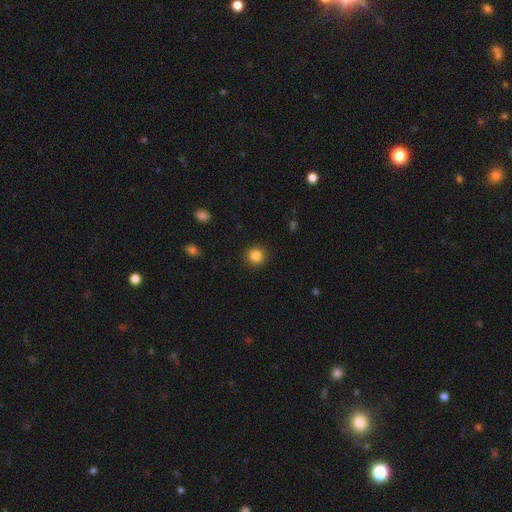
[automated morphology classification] A smooth galaxy with no disk features (85%) that is round (94%). Merging: none (92%).